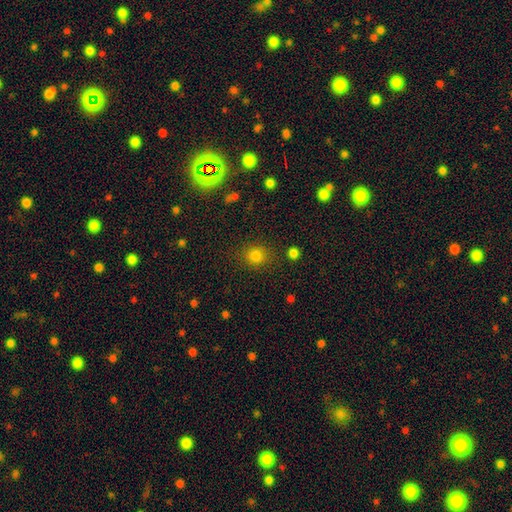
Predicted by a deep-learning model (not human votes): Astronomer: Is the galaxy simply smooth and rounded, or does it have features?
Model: smooth — 80%.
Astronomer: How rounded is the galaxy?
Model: round — 84%.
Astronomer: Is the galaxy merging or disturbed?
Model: none — 86%.